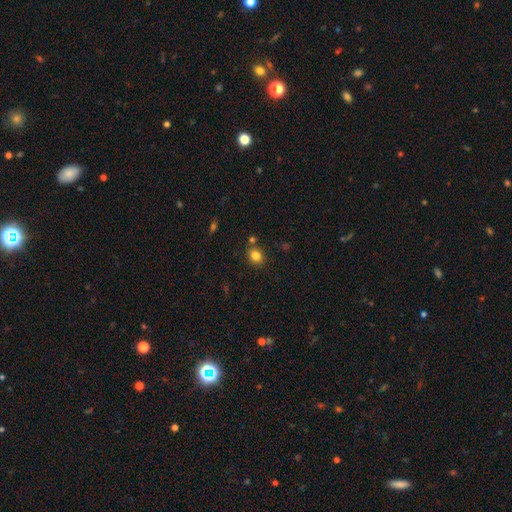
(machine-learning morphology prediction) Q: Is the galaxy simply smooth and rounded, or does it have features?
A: smooth — 82%.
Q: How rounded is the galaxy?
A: round — 64%.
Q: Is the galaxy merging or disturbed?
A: none — 79%.